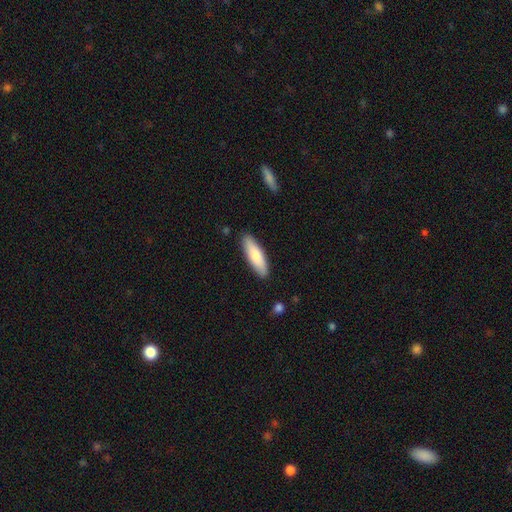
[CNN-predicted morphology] smooth_or_featured: smooth (p=0.79) [alt: featured or disk p=0.16]
how_rounded: cigar-shaped (p=0.56) [alt: in between p=0.43]
merging: none (p=0.88) [alt: minor disturbance p=0.09]